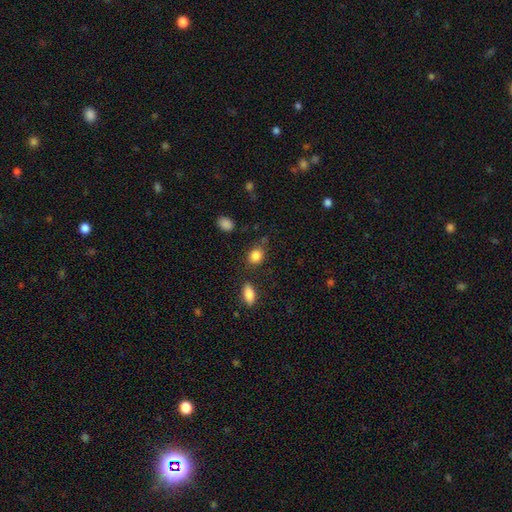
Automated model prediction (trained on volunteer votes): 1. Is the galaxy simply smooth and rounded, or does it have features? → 86% smooth, 9% star or artifact, 5% featured or disk.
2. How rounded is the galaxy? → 53% round, 45% in between, 1% cigar-shaped.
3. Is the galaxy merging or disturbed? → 76% none, 14% minor disturbance, 6% merger, 4% major disturbance.